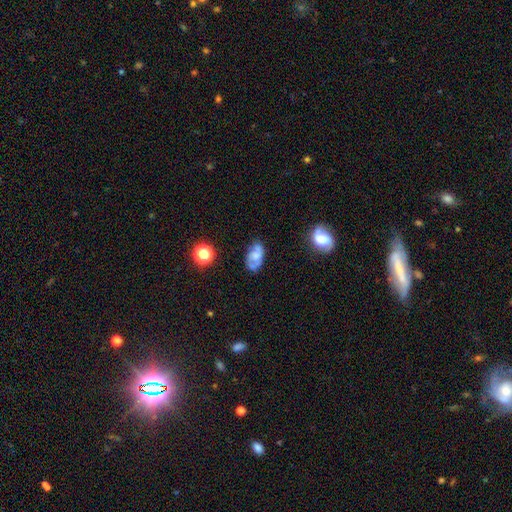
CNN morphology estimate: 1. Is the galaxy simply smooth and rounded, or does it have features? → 59% featured or disk, 32% smooth, 9% star or artifact.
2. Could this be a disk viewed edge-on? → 95% no, 5% yes.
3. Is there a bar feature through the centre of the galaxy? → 67% no, 27% weak, 5% strong.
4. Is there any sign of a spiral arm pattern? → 77% yes, 23% no.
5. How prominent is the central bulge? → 32% moderate, 29% small, 26% none, 11% large, 2% dominant.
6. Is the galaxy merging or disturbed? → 63% none, 24% minor disturbance, 9% major disturbance, 4% merger.